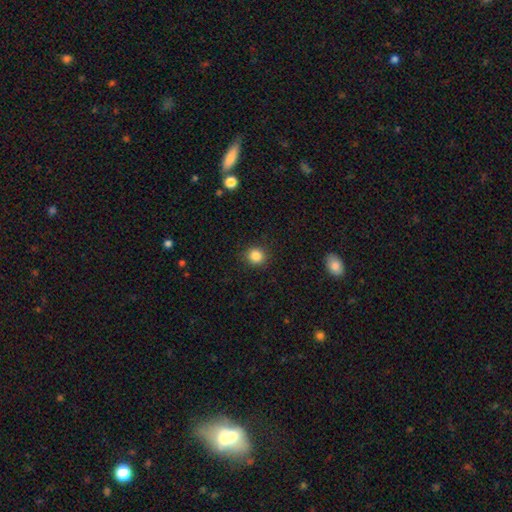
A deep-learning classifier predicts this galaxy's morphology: smooth_or_featured: smooth (p=0.85) [alt: star or artifact p=0.11]
how_rounded: round (p=0.89) [alt: in between p=0.10]
merging: none (p=0.90) [alt: minor disturbance p=0.07]